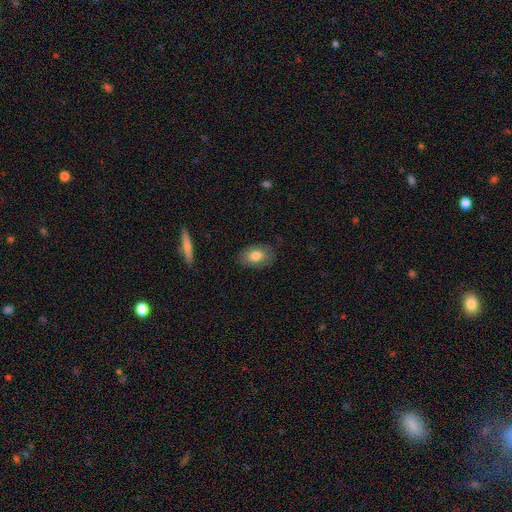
Volunteers were most divided on "smooth or featured": smooth: 65%, featured or disk: 32%, star or artifact: 3%. More confident: merging — none (89%); how rounded — in between (88%).